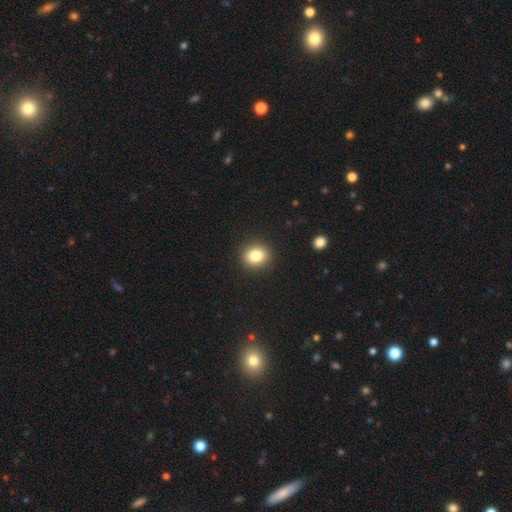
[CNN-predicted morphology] This appears to be a smooth galaxy with no disk features (83%) that is round (73%). Merging: none (91%).